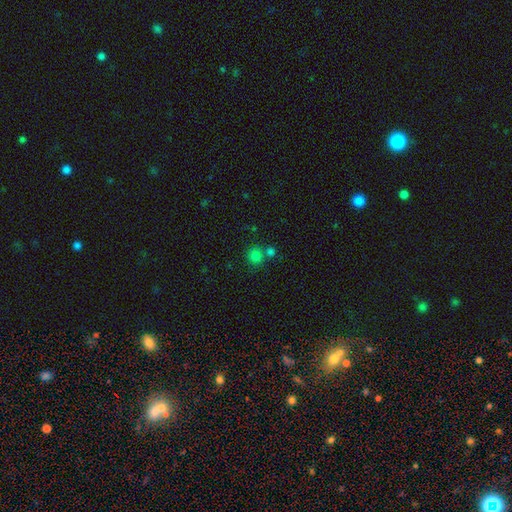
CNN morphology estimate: type=smooth (79%); roundness=round (90%); merging=none (67%).